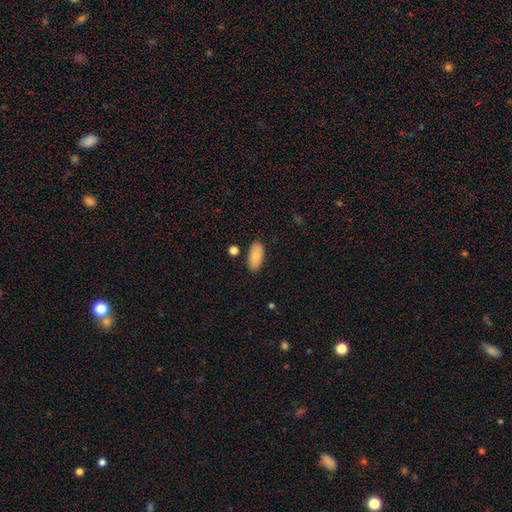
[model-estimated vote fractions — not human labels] smooth_or_featured: smooth (p=0.83) [alt: featured or disk p=0.10]
how_rounded: in between (p=0.92) [alt: cigar-shaped p=0.06]
merging: none (p=0.85) [alt: minor disturbance p=0.10]